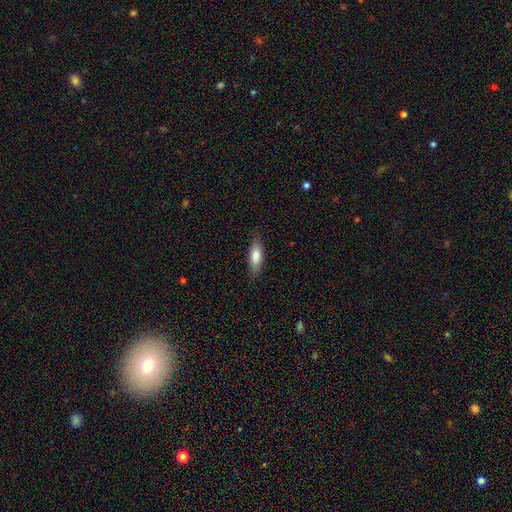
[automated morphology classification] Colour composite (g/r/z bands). It shows a smooth galaxy with no disk features (80%) that is in between round and cigar-shaped (62%). Merging: none (83%).